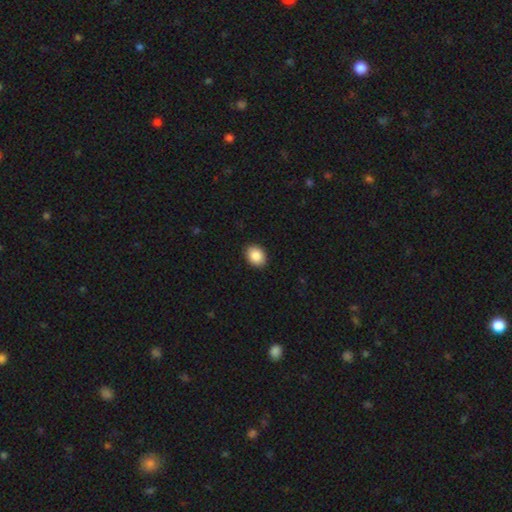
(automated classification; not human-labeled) This is clearly a smooth galaxy (88%). How rounded: likely in between (64%). Merging: clearly none (90%).